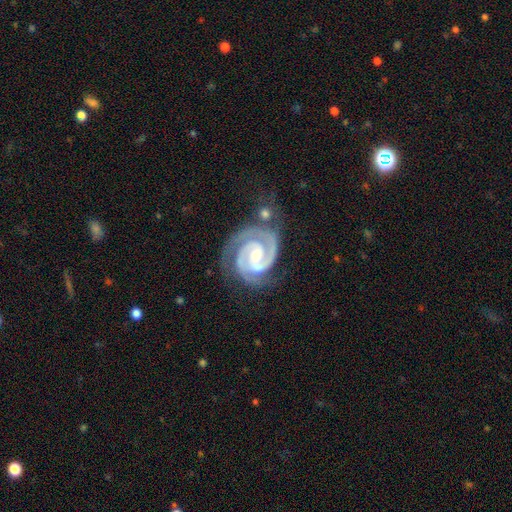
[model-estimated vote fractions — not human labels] Smooth or featured? featured or disk (94%)
Edge-on disk? no (98%)
Bar? weak (42%)
Spiral arms? yes (99%)
Spiral winding? tight (72%)
Spiral arm count? 2 (85%)
Bulge size? small (54%)
Merging? none (70%)